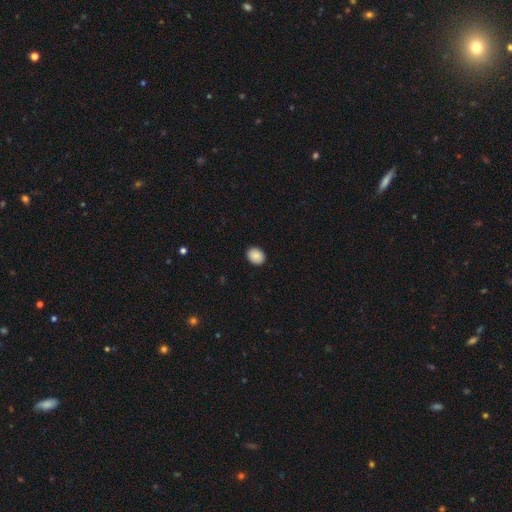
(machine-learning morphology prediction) A smooth galaxy with no disk features (89%) that is round (58%).

Vote fractions:
- Smooth or featured? smooth: 89% / star or artifact: 8% / featured or disk: 3%
- How rounded? round: 58% / in between: 41% / cigar-shaped: 1%
- Merging? none: 91% / minor disturbance: 6% / major disturbance: 2% / merger: 1%